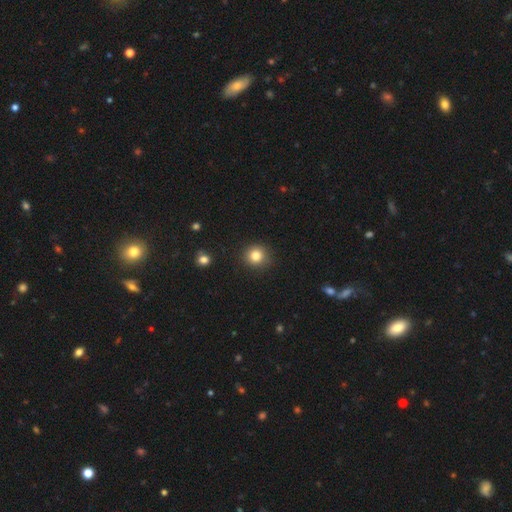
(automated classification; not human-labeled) This appears to be a smooth galaxy with no disk features (83%) that is round (91%). Merging: none (89%).